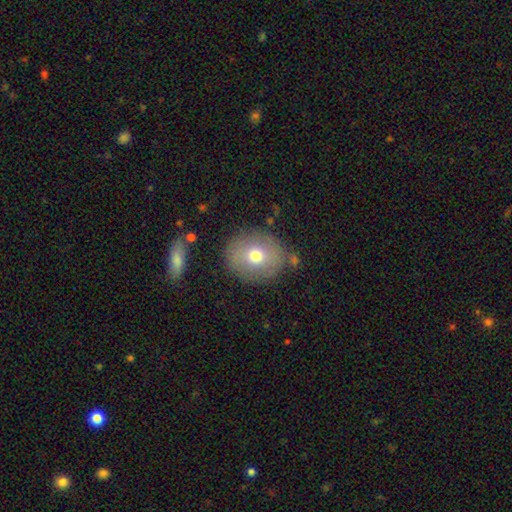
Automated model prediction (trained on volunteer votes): Smooth or featured? Predicted: smooth (p=0.70). How rounded? Predicted: round (p=0.71). Merging? Predicted: none (p=0.80).